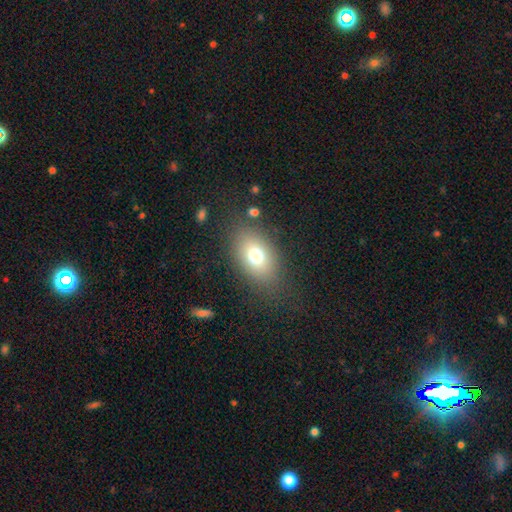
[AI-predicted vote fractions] This is likely a smooth galaxy (73%). How rounded: likely in between (79%). Merging: likely none (78%).